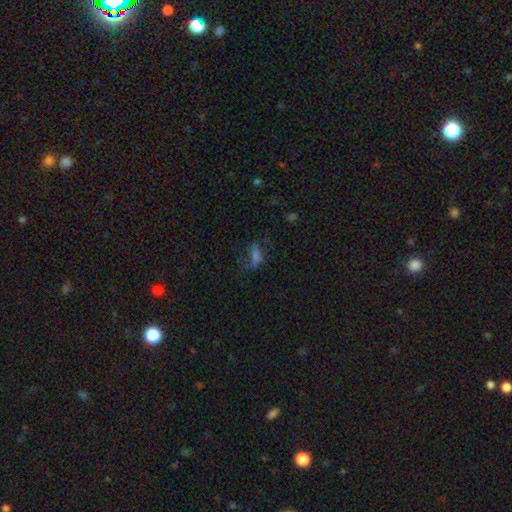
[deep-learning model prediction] This is possibly a smooth galaxy (46%). Merging: possibly none (46%).